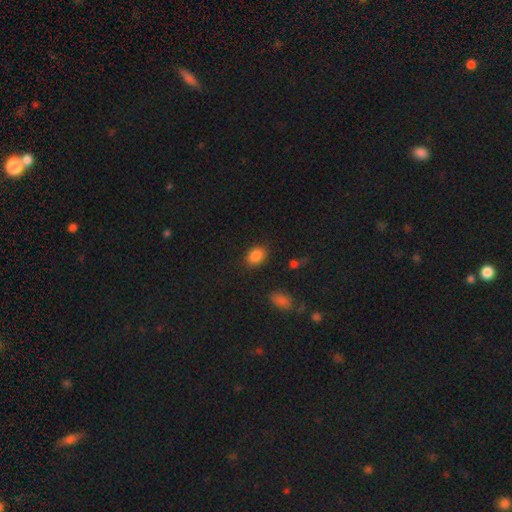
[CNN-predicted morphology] A smooth galaxy with no disk features (85%) that is in between round and cigar-shaped (66%).

Vote fractions:
- Smooth or featured? smooth: 85% / star or artifact: 10% / featured or disk: 5%
- How rounded? in between: 66% / round: 33% / cigar-shaped: 1%
- Merging? none: 84% / minor disturbance: 11% / major disturbance: 3% / merger: 2%